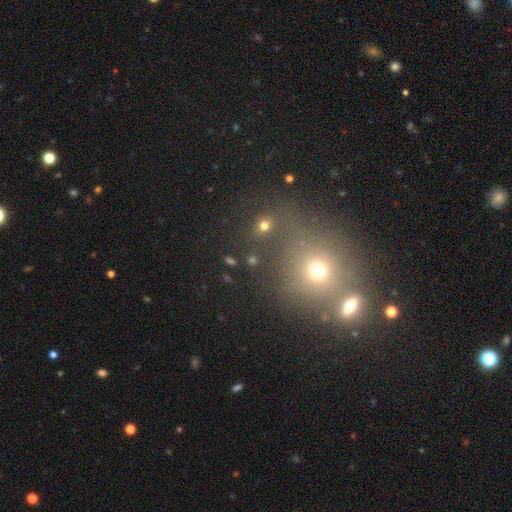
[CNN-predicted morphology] Smooth or featured? Predicted: smooth (p=0.46). Merging? Predicted: none (p=0.59).